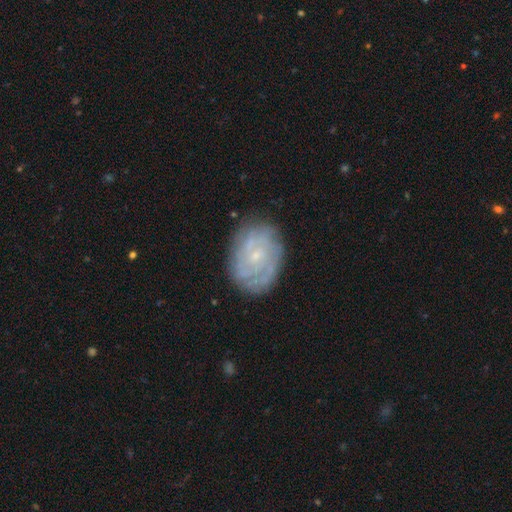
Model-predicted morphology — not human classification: featured or disk 76%, smooth 17%, star or artifact 8%. Down the decision tree: edge-on disk — no (97%); bar — no (71%); spiral arms — yes (90%); spiral arm count — can't tell (44%); spiral winding — tight (72%); bulge size — small (78%); merging — none (79%).